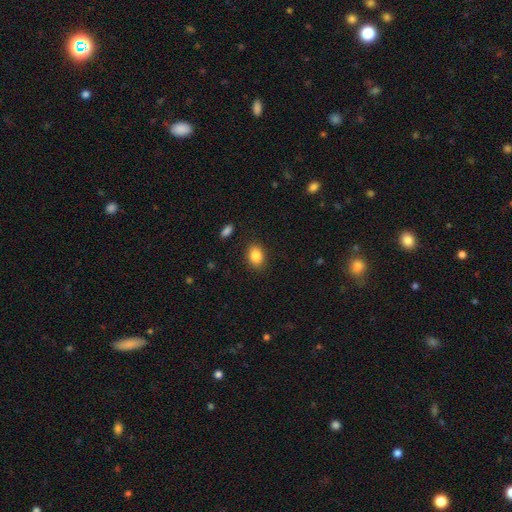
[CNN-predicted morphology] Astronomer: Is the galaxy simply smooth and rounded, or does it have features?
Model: smooth — 86%.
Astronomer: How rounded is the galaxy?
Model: in between — 70%.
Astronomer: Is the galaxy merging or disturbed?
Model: none — 87%.